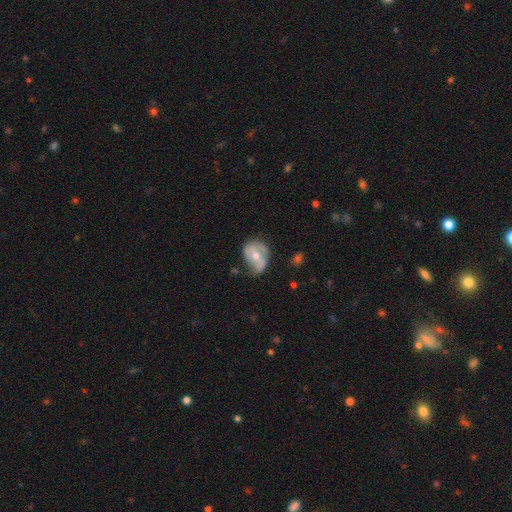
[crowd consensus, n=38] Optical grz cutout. It shows a featured or disk galaxy (68%) with a weak bar (42%, tied with no), 2 (87%) medium (67%) spiral arms (58%) and a moderate central bulge (81%). Merging: minor disturbance (46%).